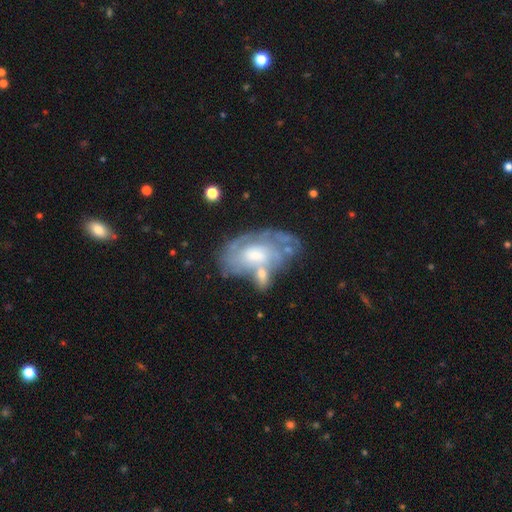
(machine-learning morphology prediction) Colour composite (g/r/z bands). It shows a featured or disk galaxy (70%) with no bar (67%), spiral arms (67%) and a moderate central bulge (44%). Merging: none (39%).